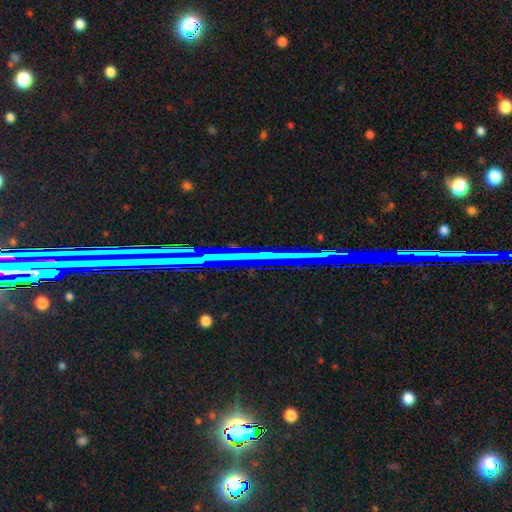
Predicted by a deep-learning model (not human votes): Smooth or featured?
  - star or artifact: 61% *
  - featured or disk: 24%
  - smooth: 15%